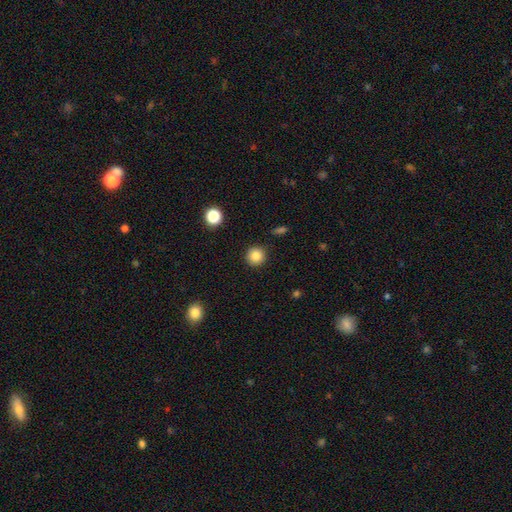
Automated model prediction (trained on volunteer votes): Overall: smooth (85%). How rounded: round (94%). Merging: none (90%).